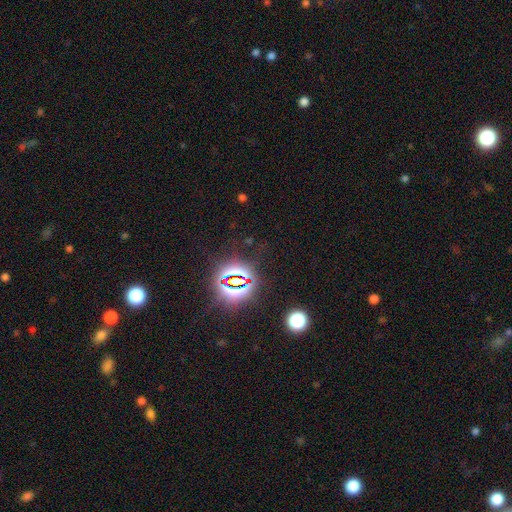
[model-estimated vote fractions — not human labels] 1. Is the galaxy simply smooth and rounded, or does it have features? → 81% star or artifact, 12% smooth, 7% featured or disk.